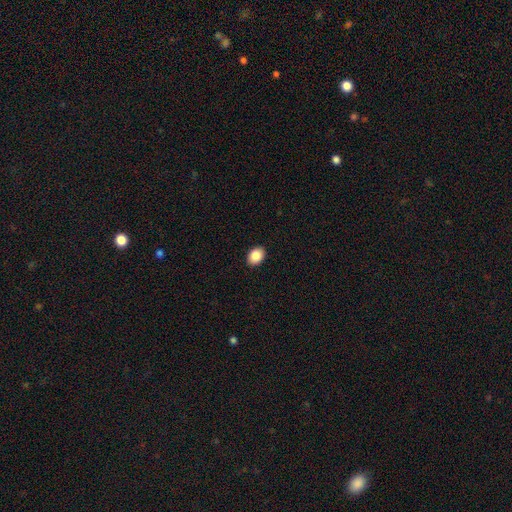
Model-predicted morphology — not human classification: Q: Smooth or featured?
A: smooth (88%); runner-up: star or artifact (8%)
Q: How rounded?
A: in between (70%); runner-up: round (29%)
Q: Merging?
A: none (91%); runner-up: minor disturbance (7%)